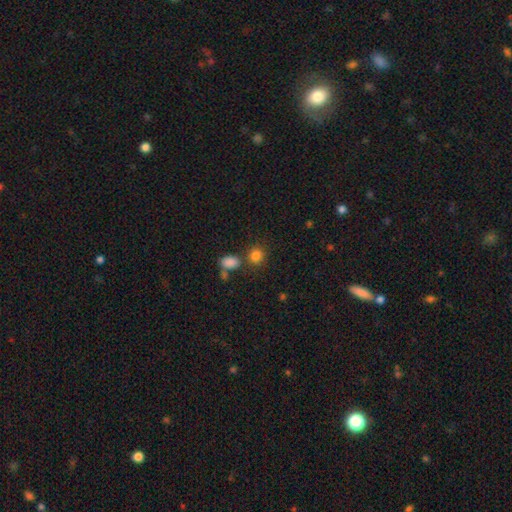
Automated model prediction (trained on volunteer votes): A smooth galaxy with no disk features (83%) that is round (74%).

Vote fractions:
- Smooth or featured? smooth: 83% / star or artifact: 11% / featured or disk: 5%
- How rounded? round: 74% / in between: 24% / cigar-shaped: 1%
- Merging? none: 70% / merger: 15% / minor disturbance: 11% / major disturbance: 4%